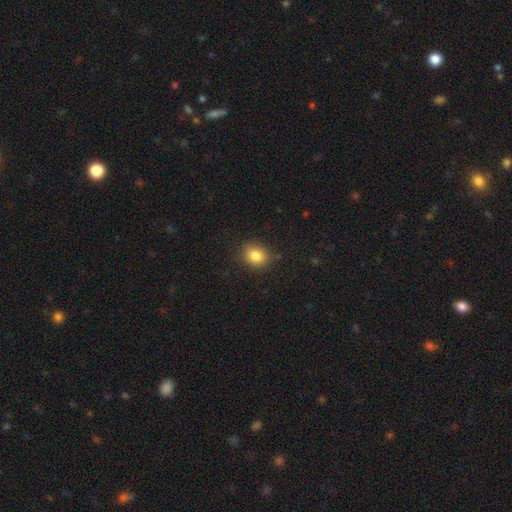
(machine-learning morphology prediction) Smooth or featured? smooth (83%)
How rounded? round (68%)
Merging? none (83%)